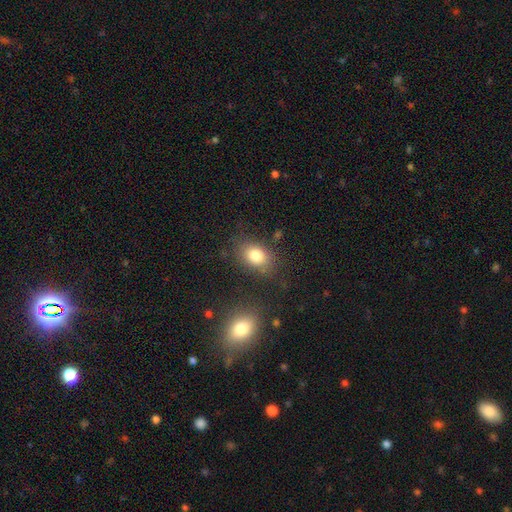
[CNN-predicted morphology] Smooth or featured? Predicted: smooth (p=0.81). How rounded? Predicted: in between (p=0.73). Merging? Predicted: none (p=0.76).